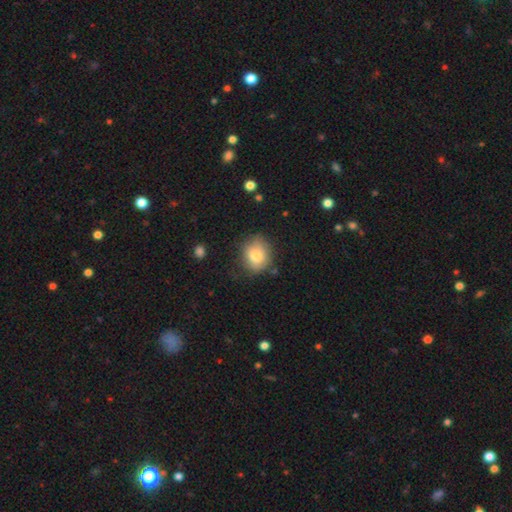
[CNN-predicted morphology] The model was most divided on "how rounded": round: 63%, in between: 36%, cigar-shaped: 1%. More confident: smooth or featured — smooth (80%); merging — none (72%).